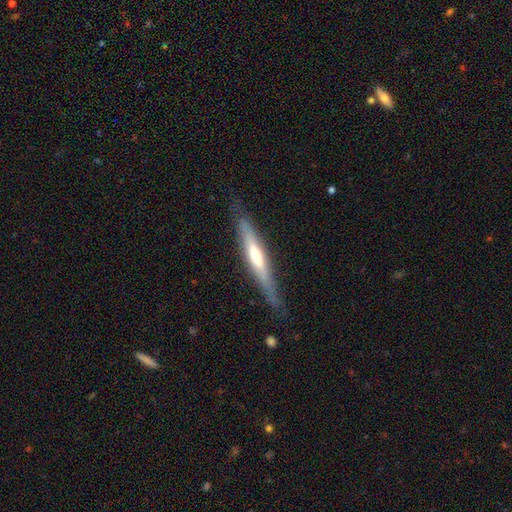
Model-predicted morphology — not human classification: Q: Smooth or featured?
A: featured or disk (61%); runner-up: smooth (34%)
Q: Edge-on disk?
A: yes (91%); runner-up: no (9%)
Q: Edge-on bulge?
A: rounded (61%); runner-up: none (27%)
Q: Merging?
A: none (79%); runner-up: minor disturbance (16%)